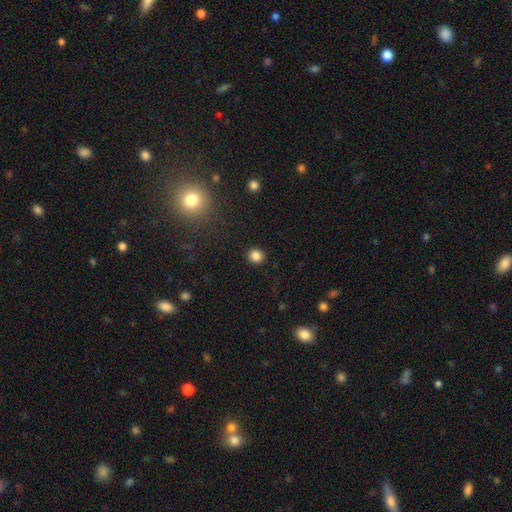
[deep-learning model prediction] smooth_or_featured: smooth (p=0.84) [alt: star or artifact p=0.12]
how_rounded: round (p=0.86) [alt: in between p=0.13]
merging: none (p=0.91) [alt: minor disturbance p=0.06]